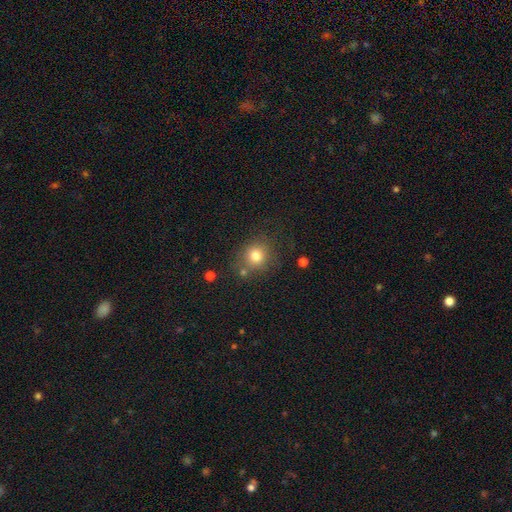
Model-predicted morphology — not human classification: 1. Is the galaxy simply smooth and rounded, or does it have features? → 78% smooth, 13% star or artifact, 8% featured or disk.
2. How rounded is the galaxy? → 84% round, 15% in between, 1% cigar-shaped.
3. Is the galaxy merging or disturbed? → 73% none, 13% minor disturbance, 9% merger, 5% major disturbance.